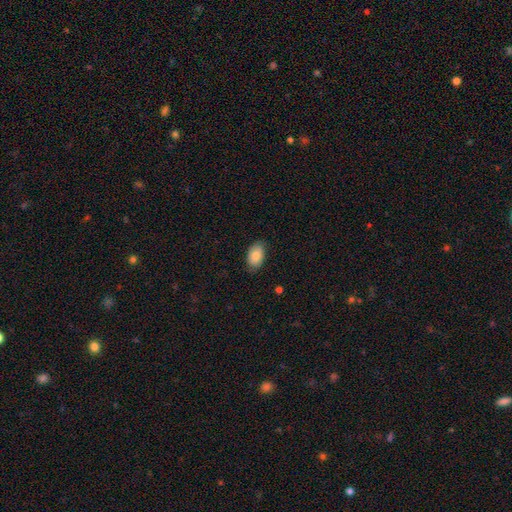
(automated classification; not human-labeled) Smooth or featured? Predicted: smooth (p=0.83). How rounded? Predicted: in between (p=0.92). Merging? Predicted: none (p=0.81).